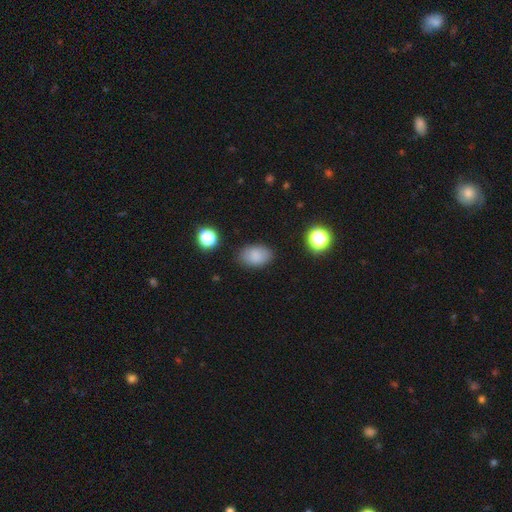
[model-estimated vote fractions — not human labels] A smooth galaxy with no disk features (84%) that is in between round and cigar-shaped (86%).

Vote fractions:
- Smooth or featured? smooth: 84% / star or artifact: 10% / featured or disk: 5%
- How rounded? in between: 86% / round: 13% / cigar-shaped: 1%
- Merging? none: 83% / minor disturbance: 12% / major disturbance: 3% / merger: 2%